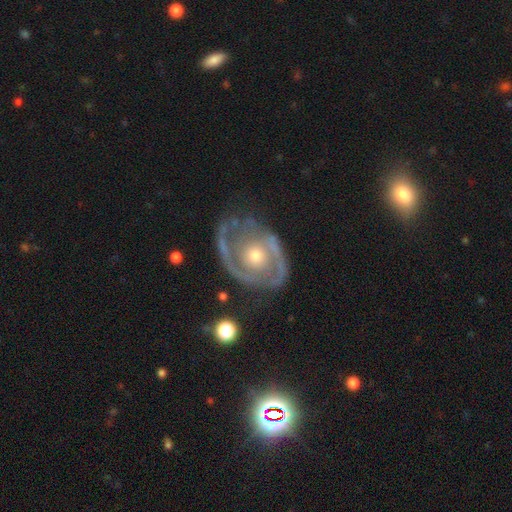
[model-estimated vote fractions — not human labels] Overall: featured or disk (86%). Edge-on disk: no (97%). Bar: no (78%). Spiral arms: yes (87%). Spiral arm count: 2 (67%). Spiral winding: tight (50%; medium 38%). Bulge size: moderate (64%; small 28%). Merging: none (66%).